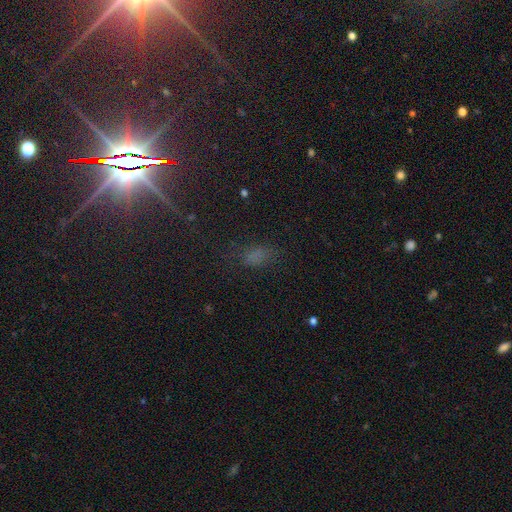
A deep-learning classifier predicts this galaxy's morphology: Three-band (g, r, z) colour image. It shows a smooth galaxy with no disk features (56%) that is in between round and cigar-shaped (81%). Merging: none (65%).